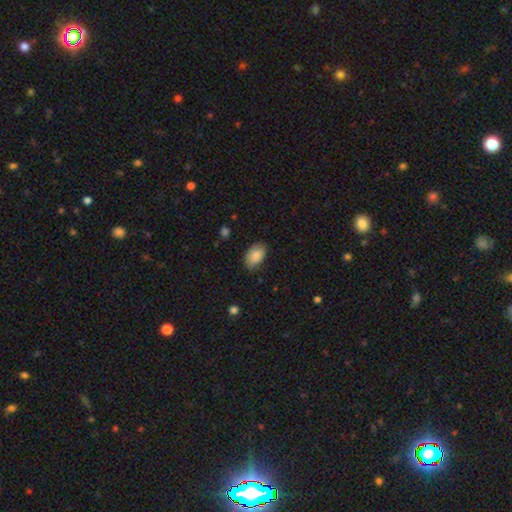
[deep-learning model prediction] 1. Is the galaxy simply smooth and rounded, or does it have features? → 85% smooth, 8% featured or disk, 7% star or artifact.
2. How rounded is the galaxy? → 93% in between, 6% round, 1% cigar-shaped.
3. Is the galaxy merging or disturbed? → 81% none, 16% minor disturbance, 3% major disturbance, 1% merger.